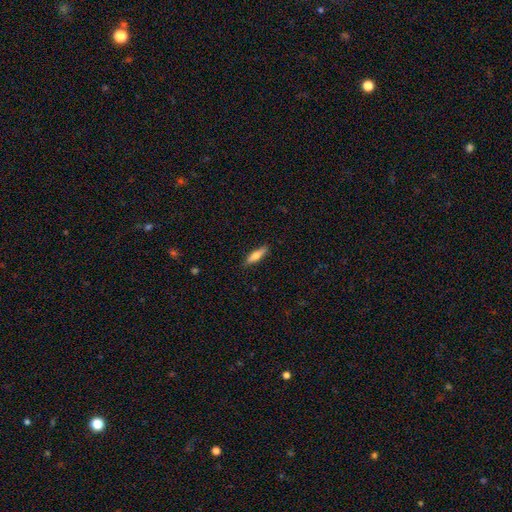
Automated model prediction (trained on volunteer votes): Smooth or featured?
  - smooth: 65% *
  - featured or disk: 29%
  - star or artifact: 6%
How rounded?
  - cigar-shaped: 67% *
  - in between: 31%
  - round: 2%
Merging?
  - none: 87% *
  - minor disturbance: 10%
  - major disturbance: 2%
  - merger: 1%